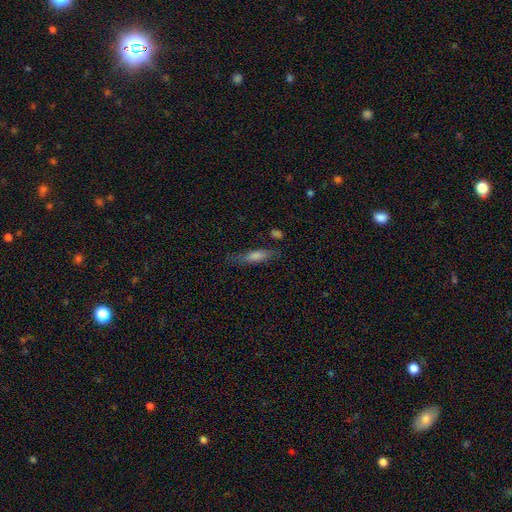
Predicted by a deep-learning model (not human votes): A smooth galaxy with no disk features (61%) that is cigar-shaped (73%).

Vote fractions:
- Smooth or featured? smooth: 61% / featured or disk: 28% / star or artifact: 11%
- How rounded? cigar-shaped: 73% / in between: 24% / round: 3%
- Merging? none: 72% / minor disturbance: 18% / major disturbance: 6% / merger: 3%